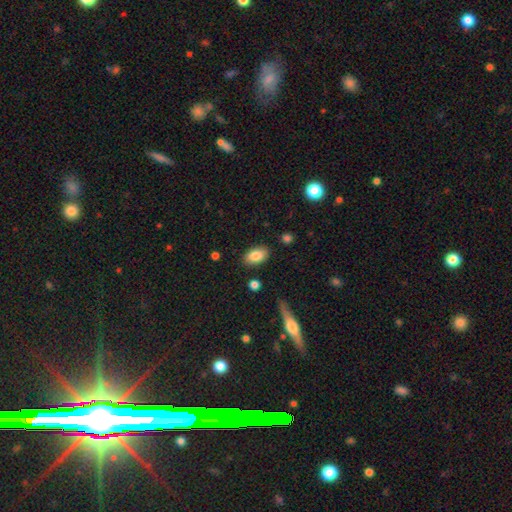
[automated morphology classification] smooth_or_featured: smooth (p=0.85) [alt: featured or disk p=0.08]
how_rounded: in between (p=0.92) [alt: round p=0.06]
merging: none (p=0.85) [alt: minor disturbance p=0.10]